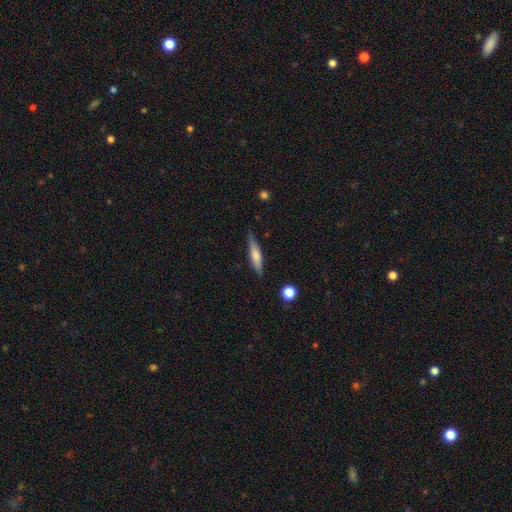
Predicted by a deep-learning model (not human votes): Q: Smooth or featured?
A: smooth (56%); runner-up: featured or disk (37%)
Q: How rounded?
A: cigar-shaped (84%); runner-up: in between (15%)
Q: Merging?
A: none (82%); runner-up: minor disturbance (14%)